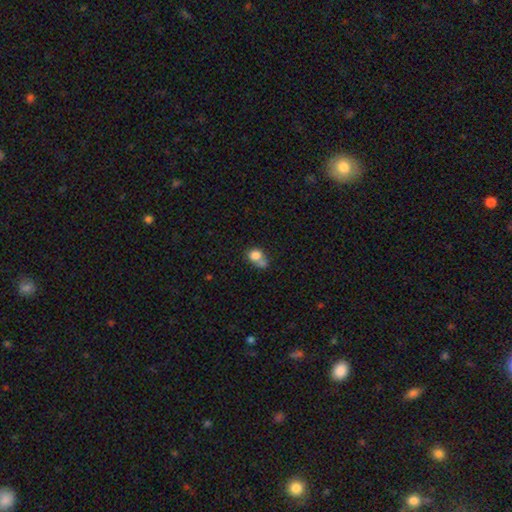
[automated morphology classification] A smooth galaxy with no disk features (78%) that is round (68%). Merging: merger (49%).